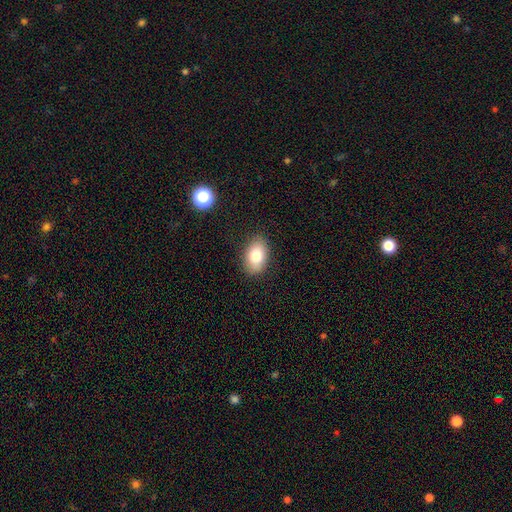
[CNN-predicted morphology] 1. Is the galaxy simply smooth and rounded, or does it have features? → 81% smooth, 11% featured or disk, 8% star or artifact.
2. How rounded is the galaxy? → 90% in between, 9% round, 1% cigar-shaped.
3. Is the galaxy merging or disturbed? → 86% none, 10% minor disturbance, 3% major disturbance, 1% merger.